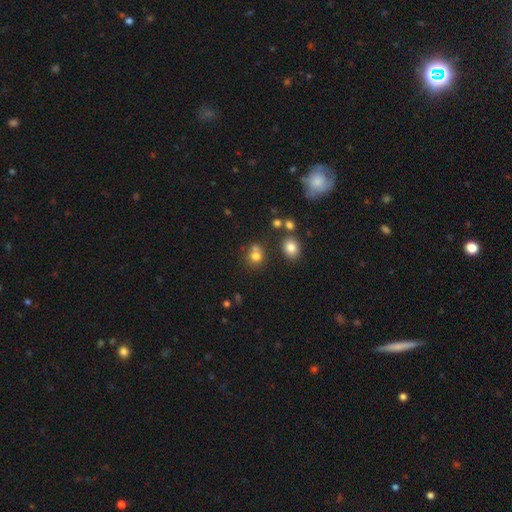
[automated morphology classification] The model was most divided on "merging": none: 55%, merger: 27%, minor disturbance: 13%, major disturbance: 5%. More confident: how rounded — round (77%); smooth or featured — smooth (76%).